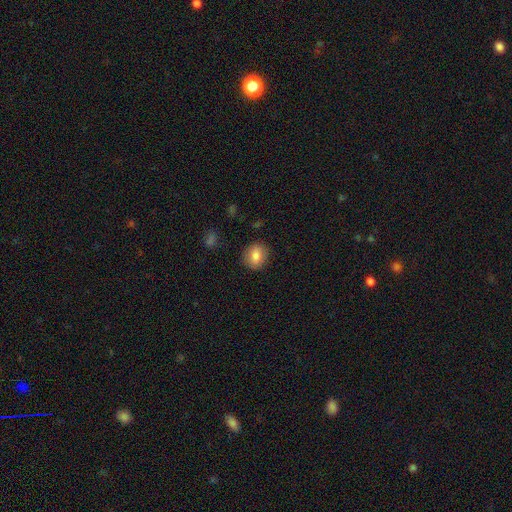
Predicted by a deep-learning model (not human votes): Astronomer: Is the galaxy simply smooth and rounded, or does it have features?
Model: smooth — 82%.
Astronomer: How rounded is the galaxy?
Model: round — 70%.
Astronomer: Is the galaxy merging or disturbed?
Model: none — 88%.